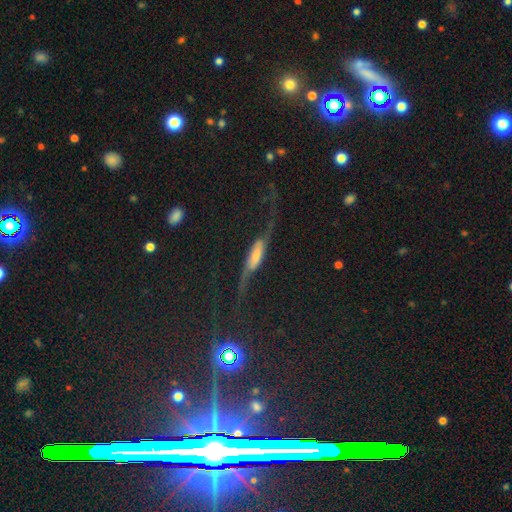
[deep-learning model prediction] Smooth or featured? featured or disk (64%)
Edge-on disk? no (61%)
Merging? none (43%)